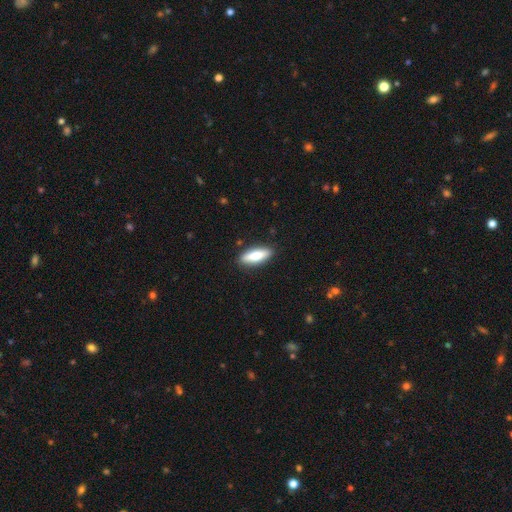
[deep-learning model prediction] Overall: smooth (74%). How rounded: in between (55%; cigar-shaped 43%). Merging: none (89%).